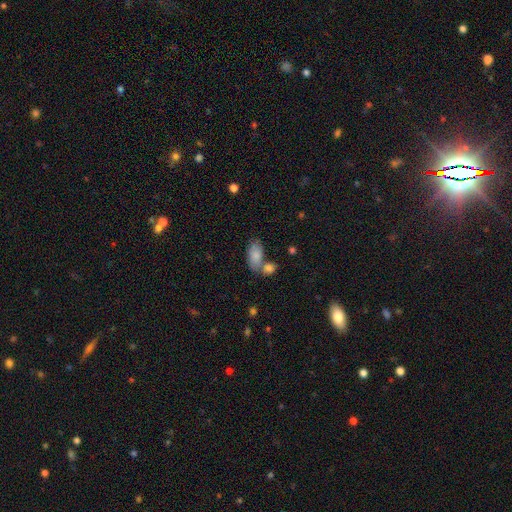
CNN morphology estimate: Overall: smooth (82%). How rounded: in between (93%). Merging: none (45%; merger 36%).